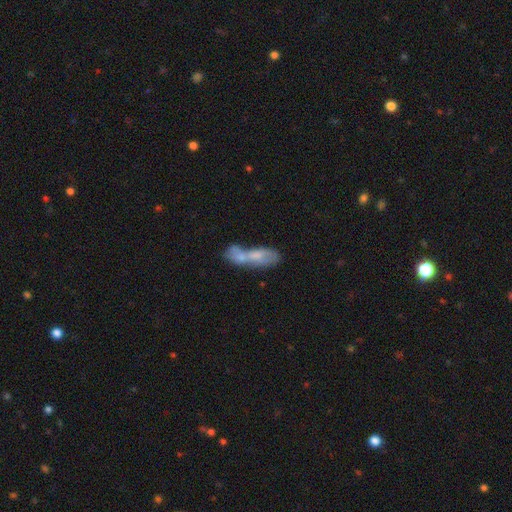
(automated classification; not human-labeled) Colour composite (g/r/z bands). It shows a smooth galaxy with no disk features (48%). Merging: merger (61%).